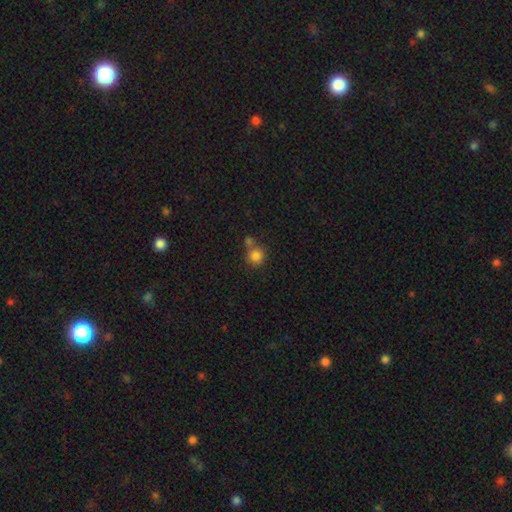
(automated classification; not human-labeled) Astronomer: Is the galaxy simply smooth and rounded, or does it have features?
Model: smooth — 83%.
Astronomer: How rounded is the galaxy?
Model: round — 90%.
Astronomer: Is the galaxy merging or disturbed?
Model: none — 57%.